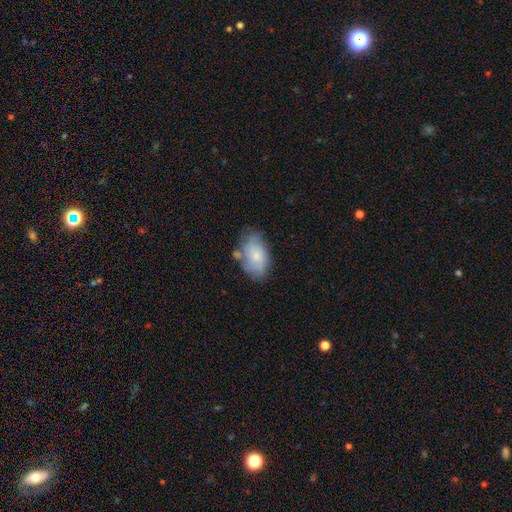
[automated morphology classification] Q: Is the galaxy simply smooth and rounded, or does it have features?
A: smooth — 55%.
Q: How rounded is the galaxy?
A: in between — 91%.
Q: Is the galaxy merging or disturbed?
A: none — 59%.